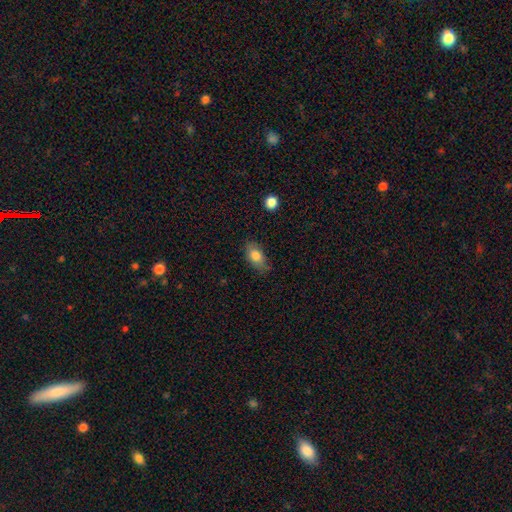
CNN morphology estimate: Overall: smooth (80%). How rounded: in between (89%). Merging: none (74%).